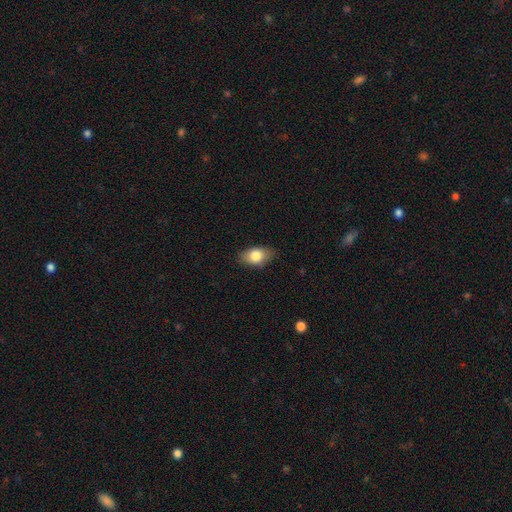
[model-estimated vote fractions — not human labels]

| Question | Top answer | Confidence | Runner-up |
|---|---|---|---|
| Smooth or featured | smooth | 81% | featured or disk (12%) |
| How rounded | in between | 87% | round (11%) |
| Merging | none | 81% | minor disturbance (15%) |